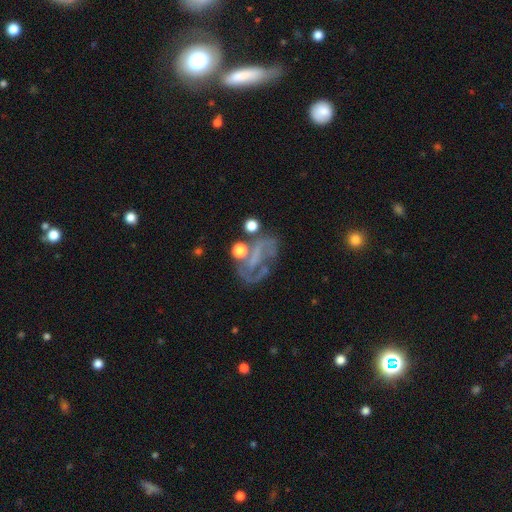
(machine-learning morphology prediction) featured or disk 65%, smooth 19%, star or artifact 17%. Down the decision tree: edge-on disk — no (96%); bar — no (51%); spiral arms — yes (58%); bulge size — none (57%); merging — none (42%).